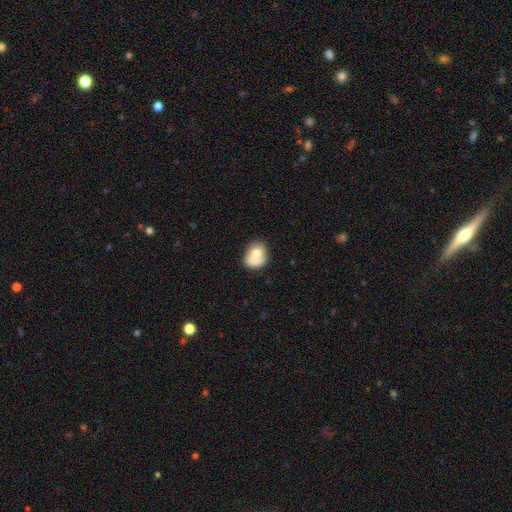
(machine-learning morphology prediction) Smooth or featured? smooth (68%)
How rounded? round (51%)
Merging? merger (53%)